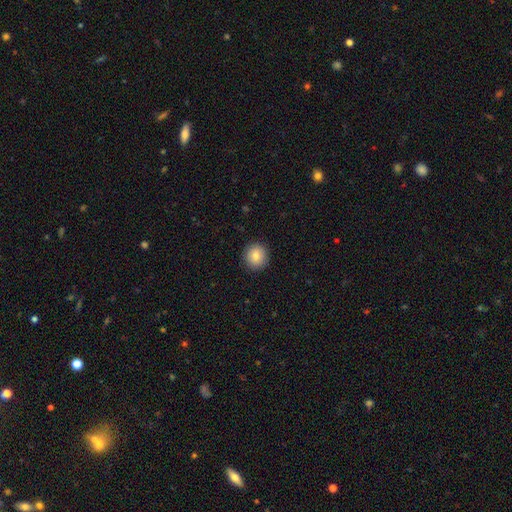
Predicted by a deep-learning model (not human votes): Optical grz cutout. It shows a smooth galaxy with no disk features (81%) that is round (92%). Merging: none (91%).